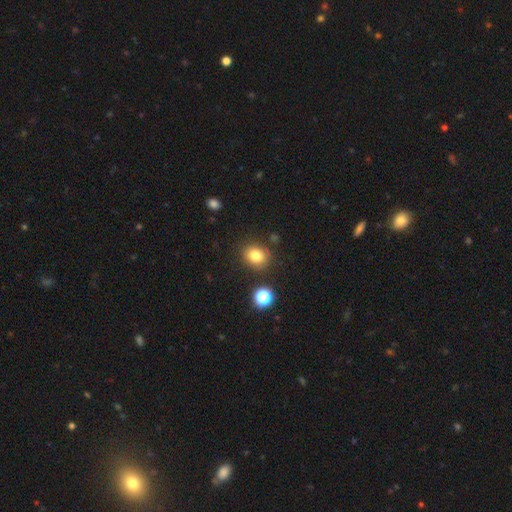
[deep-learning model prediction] Smooth or featured? smooth (80%)
How rounded? round (64%)
Merging? none (84%)